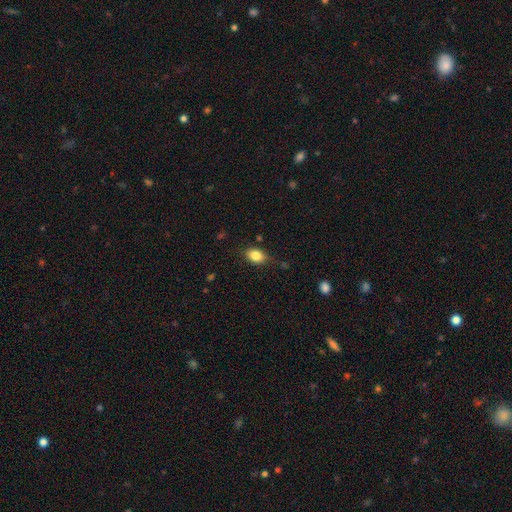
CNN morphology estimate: Smooth or featured? Predicted: smooth (p=0.84). How rounded? Predicted: in between (p=0.76). Merging? Predicted: none (p=0.76).